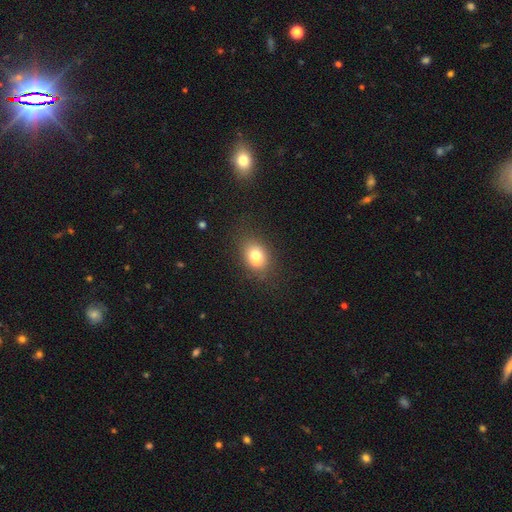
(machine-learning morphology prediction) smooth_or_featured: smooth (p=0.66) [alt: featured or disk p=0.22]
how_rounded: in between (p=0.54) [alt: round p=0.45]
merging: merger (p=0.48) [alt: none p=0.38]